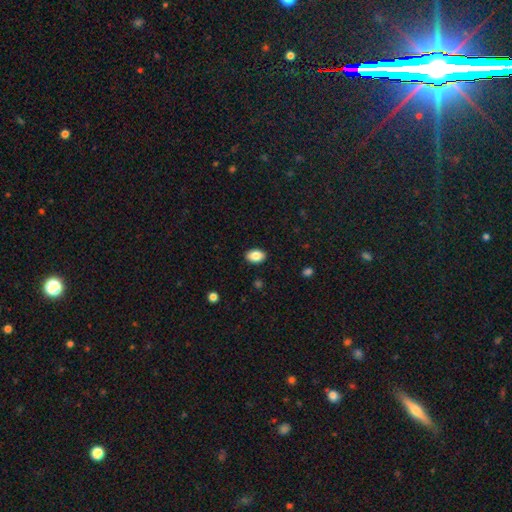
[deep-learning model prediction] A smooth galaxy with no disk features (86%) that is in between round and cigar-shaped (83%). Merging: none (89%).